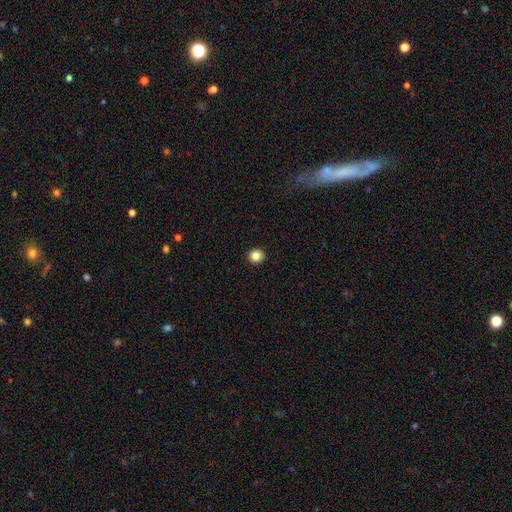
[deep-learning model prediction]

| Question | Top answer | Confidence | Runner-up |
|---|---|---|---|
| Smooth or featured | smooth | 84% | star or artifact (11%) |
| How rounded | round | 92% | in between (7%) |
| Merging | none | 93% | minor disturbance (4%) |